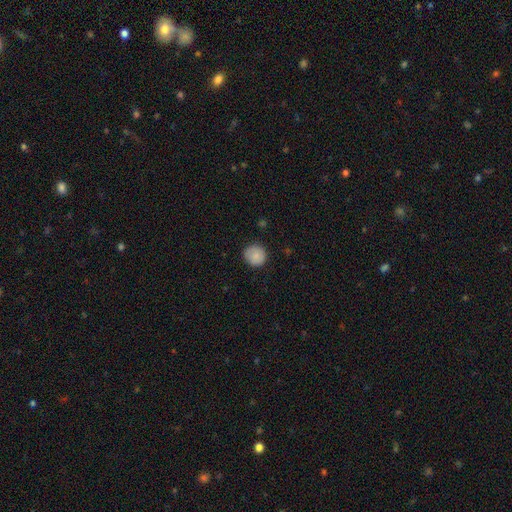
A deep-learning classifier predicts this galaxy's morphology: Smooth or featured?
  - smooth: 84% *
  - featured or disk: 8%
  - star or artifact: 8%
How rounded?
  - round: 93% *
  - in between: 7%
  - cigar-shaped: 1%
Merging?
  - none: 84% *
  - minor disturbance: 13%
  - major disturbance: 2%
  - merger: 1%